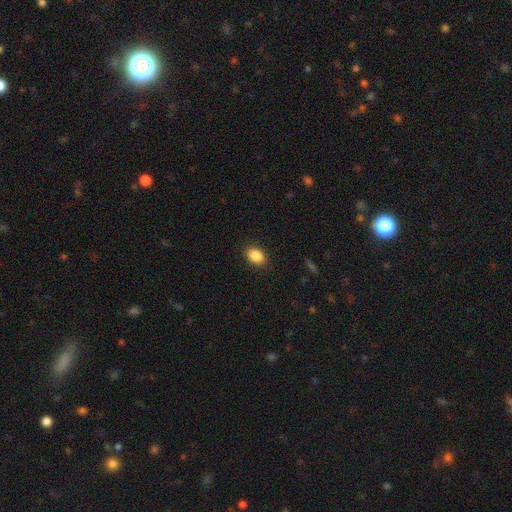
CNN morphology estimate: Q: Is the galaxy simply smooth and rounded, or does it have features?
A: smooth — 88%.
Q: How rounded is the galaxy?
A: in between — 80%.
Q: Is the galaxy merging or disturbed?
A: none — 89%.